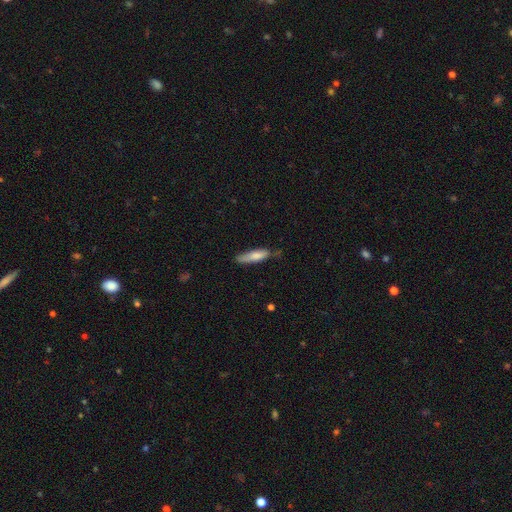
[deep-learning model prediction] A smooth galaxy with no disk features (78%) that is cigar-shaped (72%).

Vote fractions:
- Smooth or featured? smooth: 78% / featured or disk: 16% / star or artifact: 6%
- How rounded? cigar-shaped: 72% / in between: 26% / round: 1%
- Merging? none: 64% / minor disturbance: 28% / major disturbance: 5% / merger: 3%